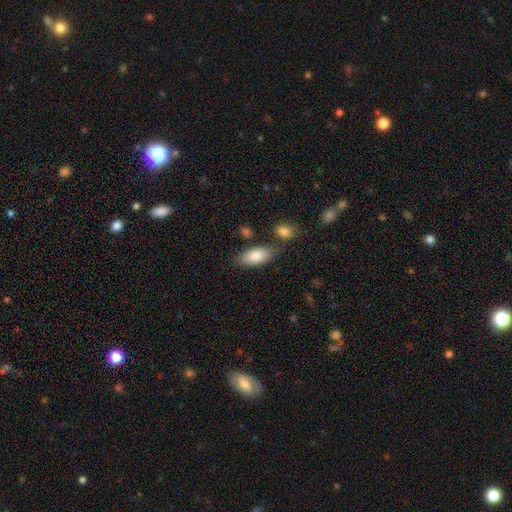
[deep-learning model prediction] Smooth or featured: smooth — 83% (featured or disk — 11%)
How rounded: in between — 89% (cigar-shaped — 8%)
Merging: none — 75% (minor disturbance — 14%)